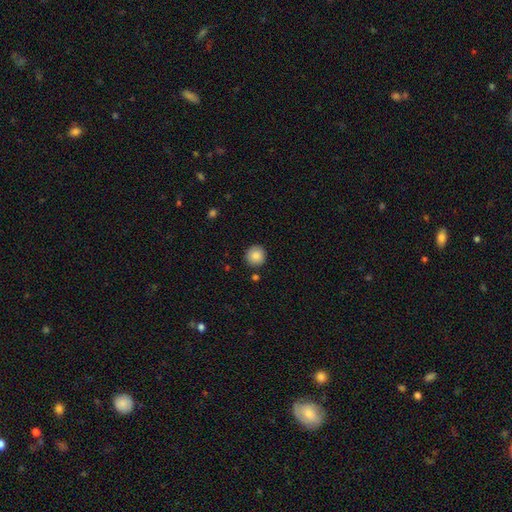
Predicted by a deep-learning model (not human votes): Smooth or featured? Predicted: smooth (p=0.87). How rounded? Predicted: round (p=0.95). Merging? Predicted: none (p=0.89).